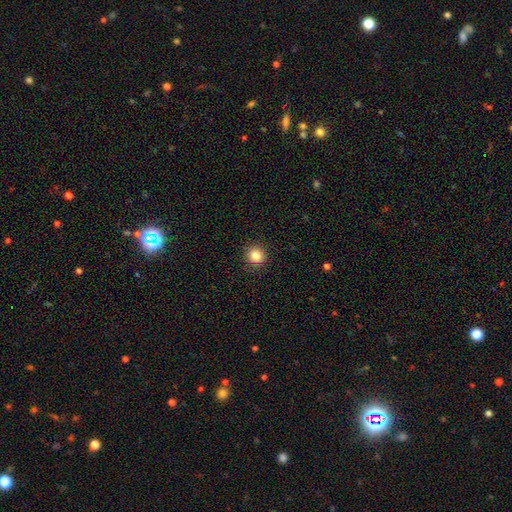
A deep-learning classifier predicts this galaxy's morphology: Smooth or featured? Predicted: smooth (p=0.83). How rounded? Predicted: round (p=0.93). Merging? Predicted: none (p=0.90).